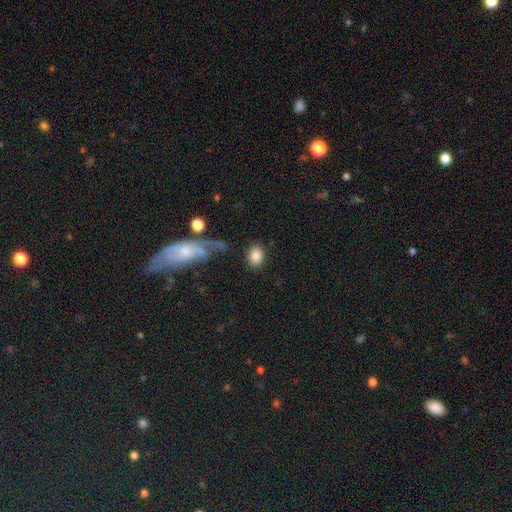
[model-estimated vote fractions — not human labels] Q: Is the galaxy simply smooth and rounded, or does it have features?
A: smooth — 84%.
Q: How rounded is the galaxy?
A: in between — 76%.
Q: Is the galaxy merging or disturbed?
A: none — 78%.